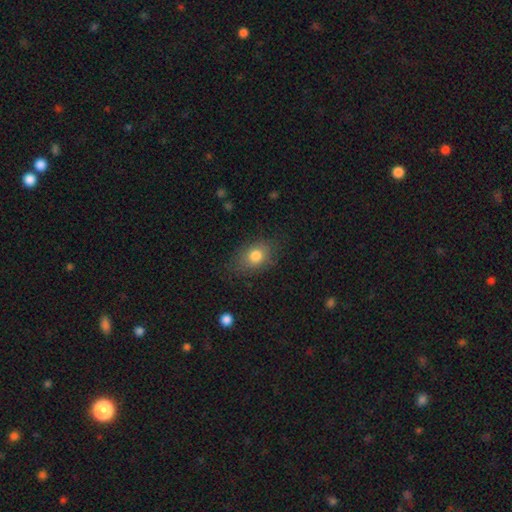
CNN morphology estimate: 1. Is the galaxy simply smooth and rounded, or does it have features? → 79% smooth, 12% featured or disk, 10% star or artifact.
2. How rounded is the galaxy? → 69% in between, 30% round, 2% cigar-shaped.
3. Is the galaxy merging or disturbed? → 76% none, 17% minor disturbance, 6% major disturbance, 1% merger.